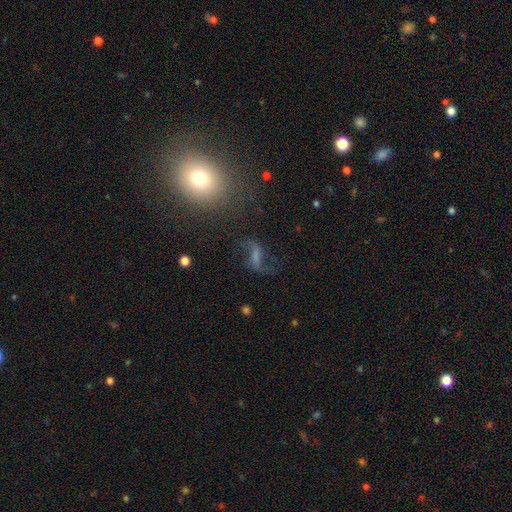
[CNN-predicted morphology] Smooth or featured?
  - featured or disk: 70% *
  - star or artifact: 15%
  - smooth: 15%
Edge-on disk?
  - no: 95% *
  - yes: 5%
Bar?
  - weak: 41% *
  - strong: 34%
  - no: 24%
Spiral arms?
  - yes: 90% *
  - no: 10%
Spiral winding?
  - loose: 81% *
  - medium: 15%
  - tight: 4%
Spiral arm count?
  - 2: 91% *
  - 1: 3%
  - can't tell: 3%
  - 3: 1%
  - 4: 1%
  - more than 4: 1%
Bulge size?
  - none: 42% *
  - small: 31%
  - moderate: 19%
  - large: 5%
  - dominant: 2%
Merging?
  - none: 68% *
  - major disturbance: 14%
  - minor disturbance: 14%
  - merger: 4%